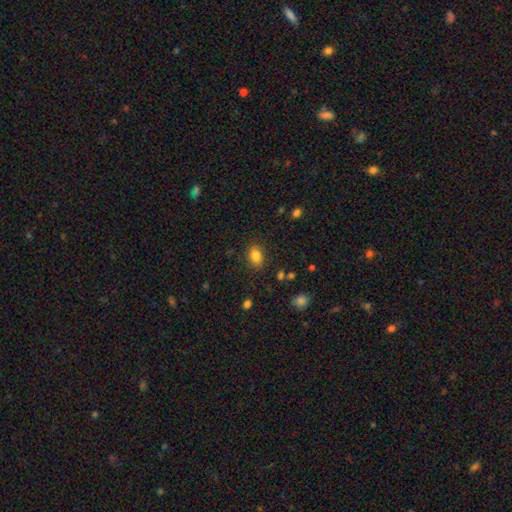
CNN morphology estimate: Smooth or featured? Predicted: smooth (p=0.85). How rounded? Predicted: in between (p=0.81). Merging? Predicted: none (p=0.83).